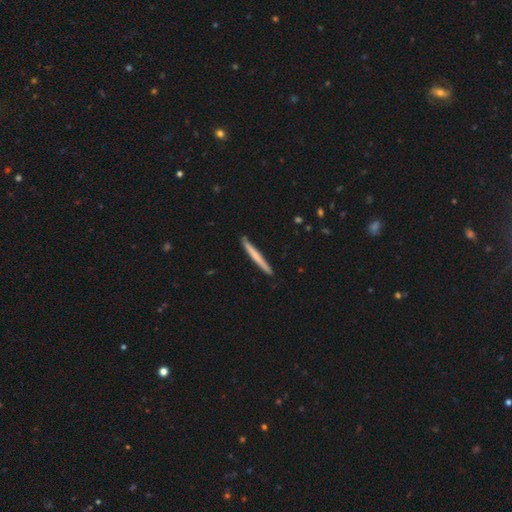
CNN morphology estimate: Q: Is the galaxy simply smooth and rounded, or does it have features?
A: smooth — 60%.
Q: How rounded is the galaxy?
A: cigar-shaped — 97%.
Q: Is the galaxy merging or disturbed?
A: none — 90%.